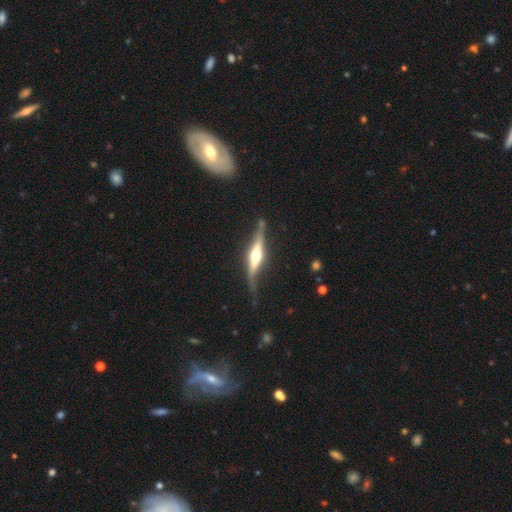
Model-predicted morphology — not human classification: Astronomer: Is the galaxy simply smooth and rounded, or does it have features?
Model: featured or disk — 78%.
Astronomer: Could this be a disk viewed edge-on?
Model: yes — 94%.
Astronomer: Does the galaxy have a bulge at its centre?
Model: rounded — 90%.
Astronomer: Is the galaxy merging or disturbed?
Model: none — 69%.